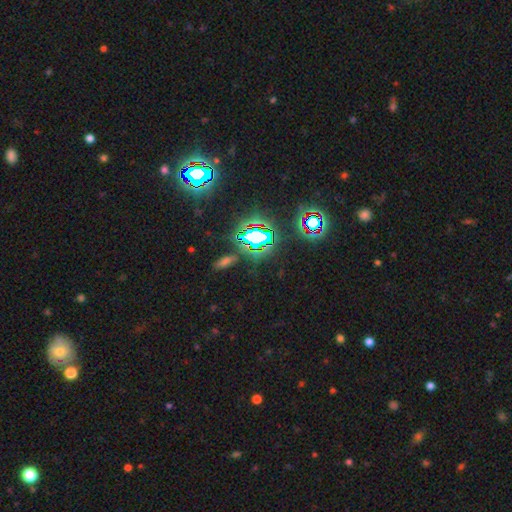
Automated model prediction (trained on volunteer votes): The model was most divided on "smooth or featured": star or artifact: 75%, smooth: 15%, featured or disk: 10%.